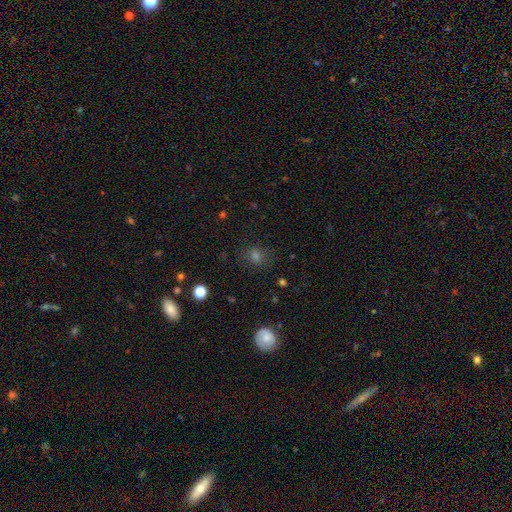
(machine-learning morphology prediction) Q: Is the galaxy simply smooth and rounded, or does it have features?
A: smooth — 62%.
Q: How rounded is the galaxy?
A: round — 68%.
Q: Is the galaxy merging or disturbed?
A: none — 80%.